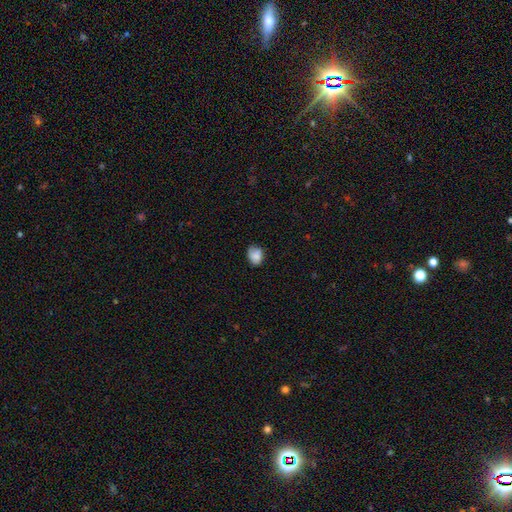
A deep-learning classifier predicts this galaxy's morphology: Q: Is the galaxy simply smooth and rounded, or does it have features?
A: smooth — 81%.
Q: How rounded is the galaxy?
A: in between — 59%.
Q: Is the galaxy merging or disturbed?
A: none — 60%.